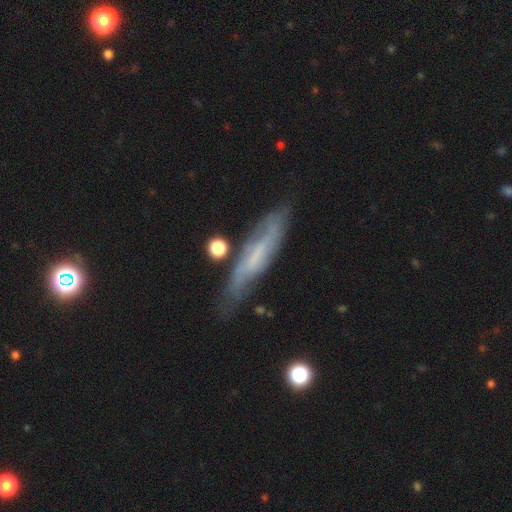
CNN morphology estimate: Overall: featured or disk (62%; smooth 30%). Edge-on disk: no (50%, tied with yes). Merging: none (67%).